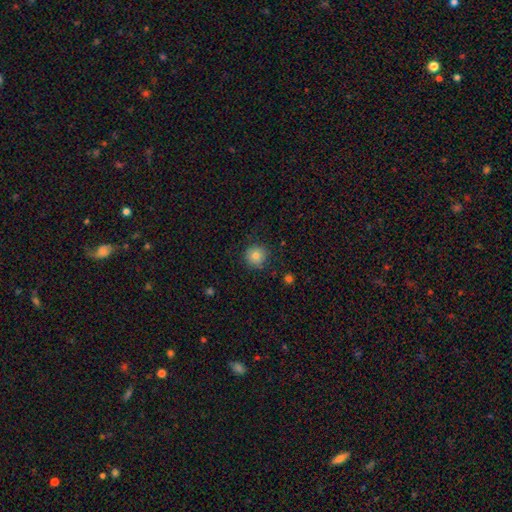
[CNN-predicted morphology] smooth_or_featured: smooth (p=0.81) [alt: star or artifact p=0.11]
how_rounded: round (p=0.94) [alt: in between p=0.05]
merging: none (p=0.86) [alt: minor disturbance p=0.10]